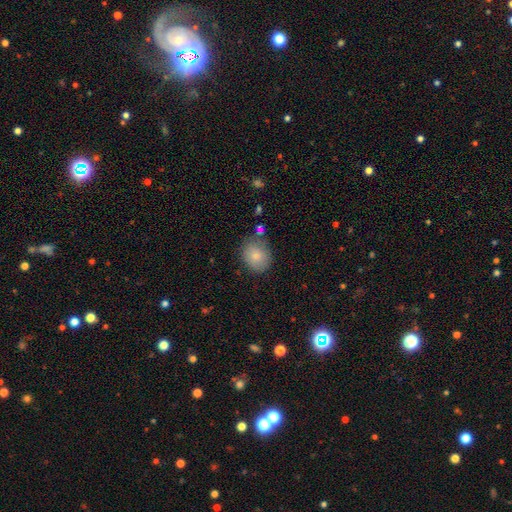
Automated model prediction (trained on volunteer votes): The model was most divided on "how rounded": round: 60%, in between: 39%, cigar-shaped: 1%. More confident: smooth or featured — smooth (81%); merging — none (70%).